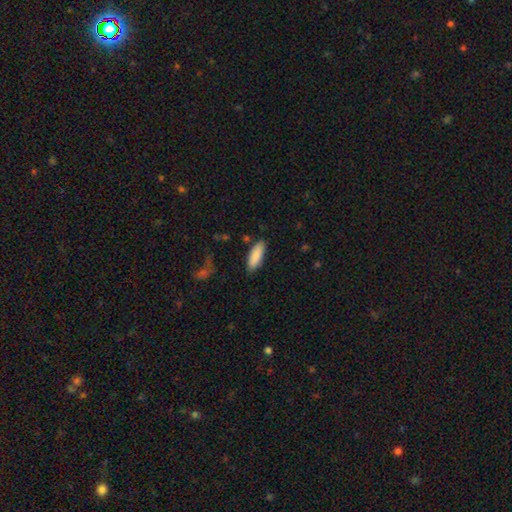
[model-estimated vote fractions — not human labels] The model was most divided on "how rounded": in between: 64%, cigar-shaped: 34%, round: 2%. More confident: smooth or featured — smooth (88%); merging — none (84%).